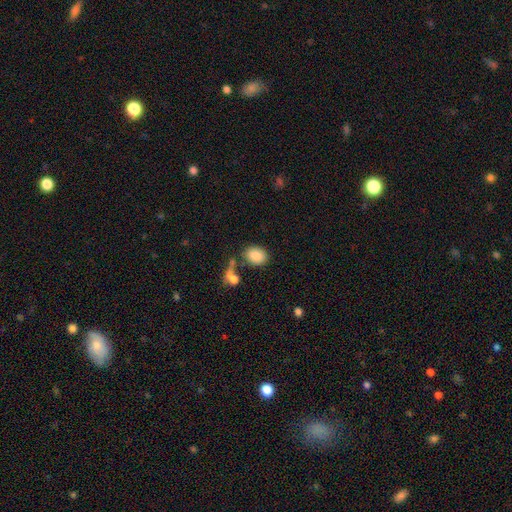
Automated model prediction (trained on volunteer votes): Smooth or featured: smooth — 84% (star or artifact — 8%)
How rounded: in between — 62% (round — 37%)
Merging: none — 67% (merger — 14%)